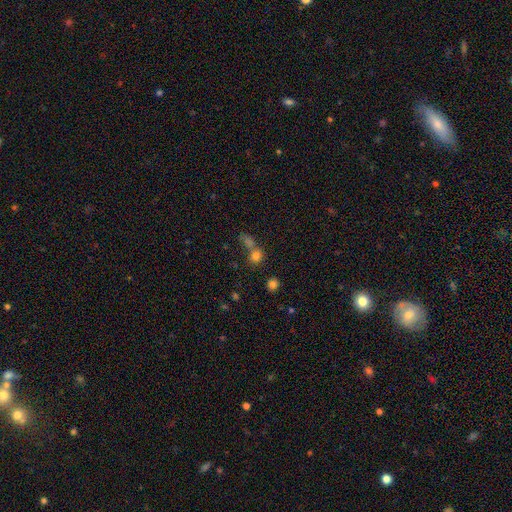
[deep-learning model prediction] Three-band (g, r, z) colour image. It shows a smooth galaxy with no disk features (75%) that is round (77%). Merging: none (49%).